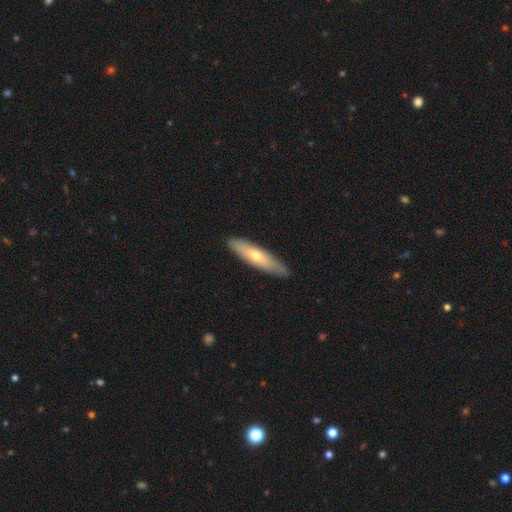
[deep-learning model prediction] Morphology: type=smooth (54%); roundness=cigar-shaped (75%); merging=none (86%).